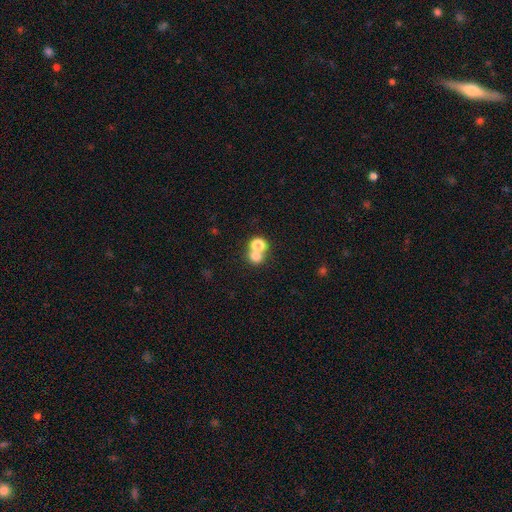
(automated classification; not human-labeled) A smooth galaxy with no disk features (74%) that is round (80%). Merging: merger (51%).